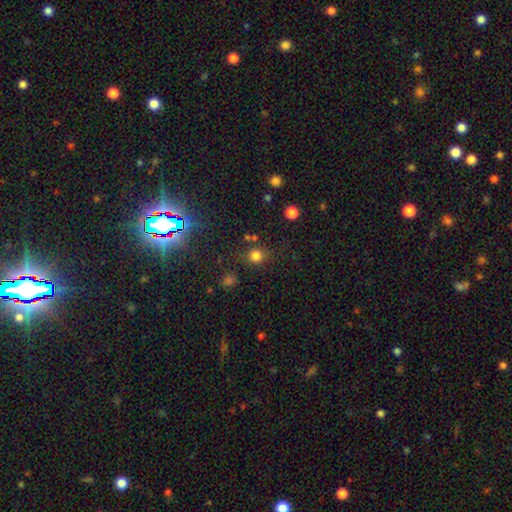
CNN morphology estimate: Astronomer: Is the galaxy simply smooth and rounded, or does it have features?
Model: smooth — 78%.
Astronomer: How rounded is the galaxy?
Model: round — 84%.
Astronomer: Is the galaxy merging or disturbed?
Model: none — 77%.